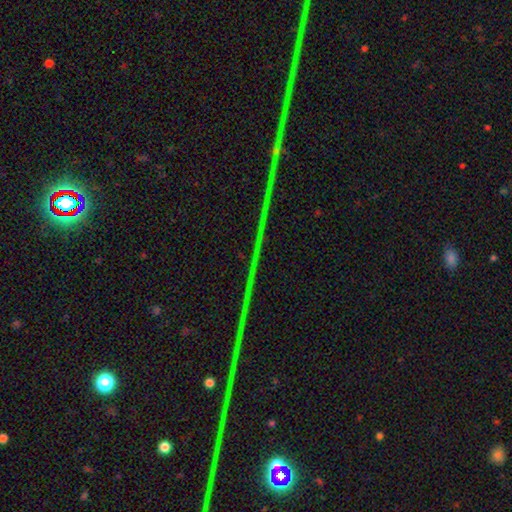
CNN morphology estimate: The model was most divided on "smooth or featured": star or artifact: 85%, featured or disk: 9%, smooth: 6%.